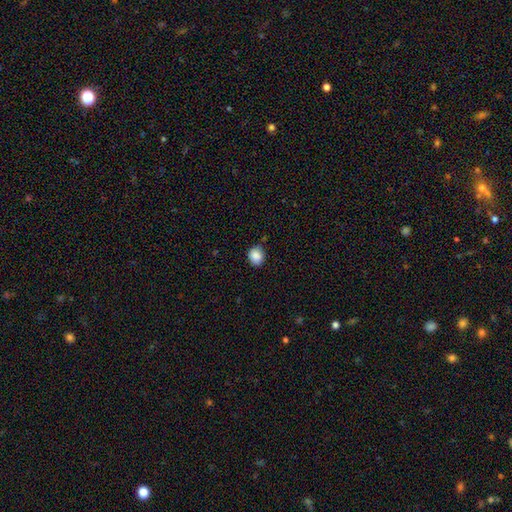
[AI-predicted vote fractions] Morphology: type=smooth (87%); roundness=round (64%); merging=none (77%).